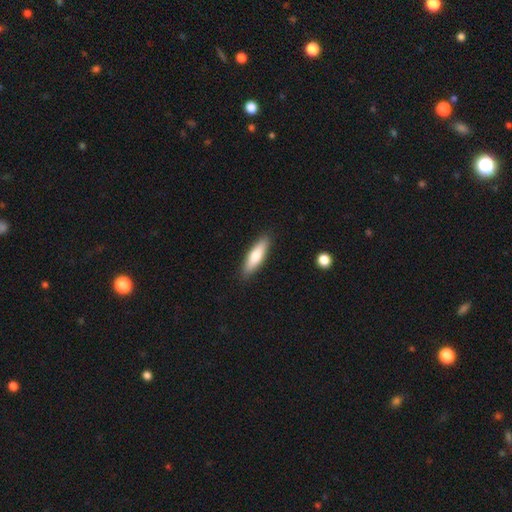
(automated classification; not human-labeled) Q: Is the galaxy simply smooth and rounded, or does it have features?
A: smooth — 73%.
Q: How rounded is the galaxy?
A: cigar-shaped — 63%.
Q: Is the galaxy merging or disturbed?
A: none — 89%.